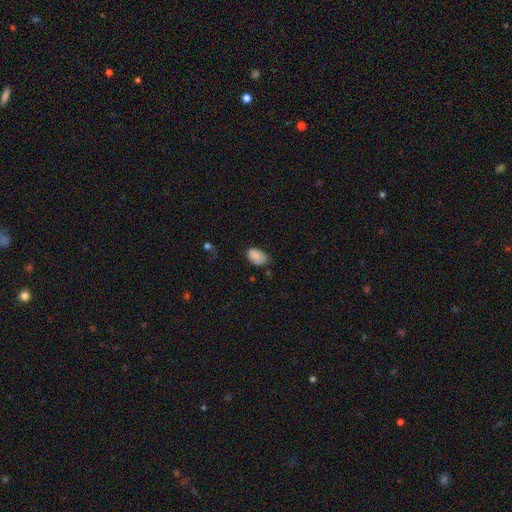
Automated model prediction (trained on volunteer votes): A smooth galaxy with no disk features (85%) that is in between round and cigar-shaped (90%).

Vote fractions:
- Smooth or featured? smooth: 85% / star or artifact: 8% / featured or disk: 7%
- How rounded? in between: 90% / round: 9% / cigar-shaped: 1%
- Merging? none: 55% / minor disturbance: 34% / major disturbance: 9% / merger: 2%